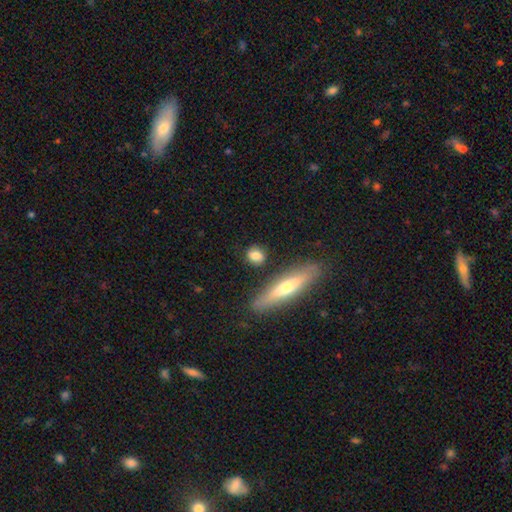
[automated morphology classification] smooth 78%, featured or disk 14%, star or artifact 8%. Down the decision tree: how rounded — round (53%); merging — none (80%).